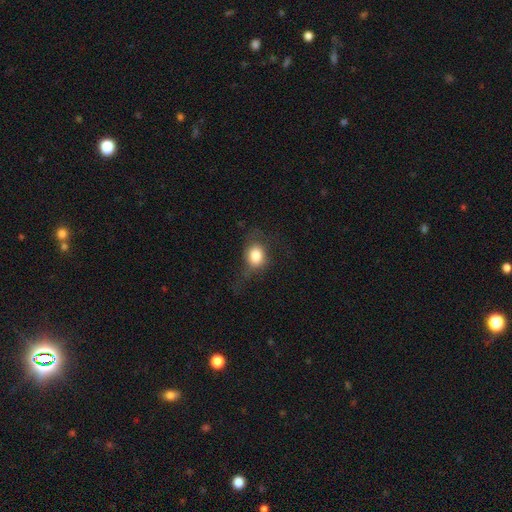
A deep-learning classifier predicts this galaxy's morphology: type=smooth (76%); roundness=round (55%); merging=none (49%).